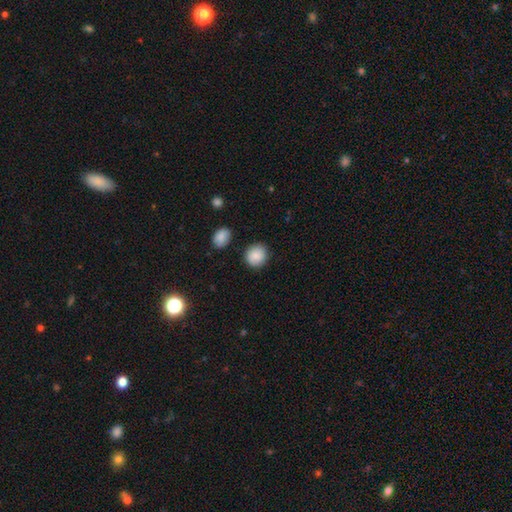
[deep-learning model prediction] This is clearly a smooth galaxy (88%). How rounded: clearly round (86%). Merging: clearly none (87%).